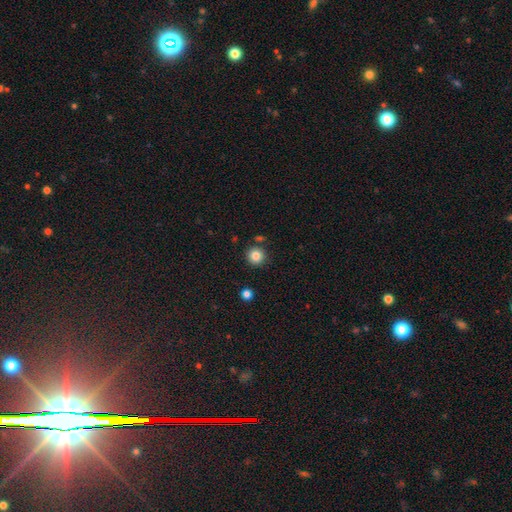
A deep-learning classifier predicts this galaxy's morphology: A smooth galaxy with no disk features (85%) that is round (94%).

Vote fractions:
- Smooth or featured? smooth: 85% / star or artifact: 11% / featured or disk: 5%
- How rounded? round: 94% / in between: 5% / cigar-shaped: 1%
- Merging? none: 85% / minor disturbance: 8% / merger: 5% / major disturbance: 2%